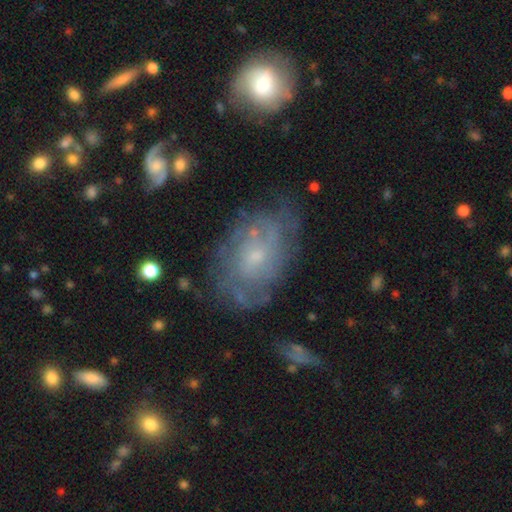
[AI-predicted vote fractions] This appears to be a featured or disk galaxy (67%) with no bar (74%), spiral arms (75%) and a small central bulge (71%). Merging: none (66%).